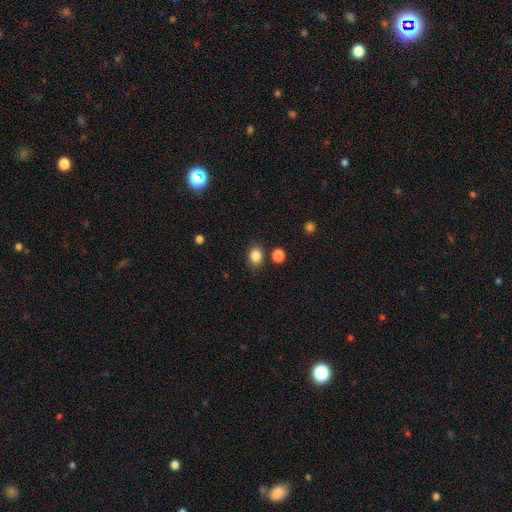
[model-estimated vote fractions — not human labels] smooth-or-featured: smooth: 85% | star or artifact: 11% | featured or disk: 4%
  how-rounded: in between: 53% | round: 46% | cigar-shaped: 1%
  merging: none: 81% | minor disturbance: 11% | merger: 6% | major disturbance: 3%